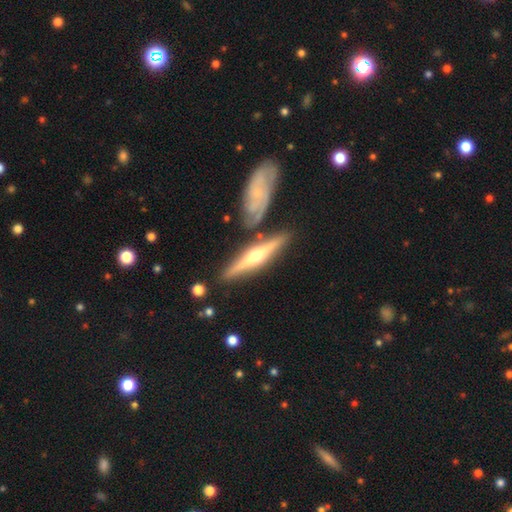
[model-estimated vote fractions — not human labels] A featured or disk galaxy (75%) viewed edge-on (95%) with a rounded central bulge (92%).

Vote fractions:
- Smooth or featured? featured or disk: 75% / smooth: 20% / star or artifact: 5%
- Edge-on disk? yes: 95% / no: 5%
- Edge-on bulge? rounded: 92% / none: 4% / boxy: 4%
- Merging? none: 78% / minor disturbance: 10% / merger: 10% / major disturbance: 2%